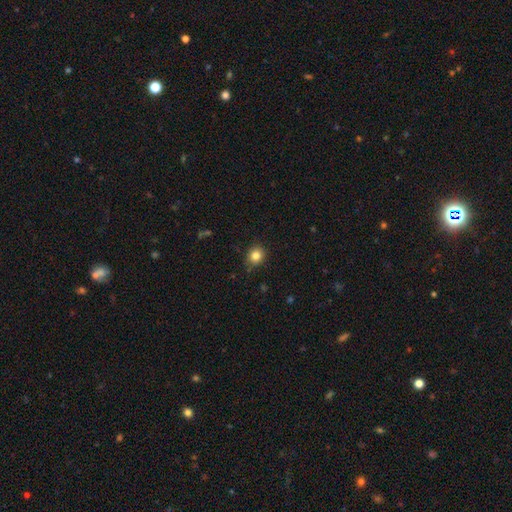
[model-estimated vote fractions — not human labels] The model was most divided on "how rounded": round: 76%, in between: 23%, cigar-shaped: 1%. More confident: merging — none (85%); smooth or featured — smooth (83%).